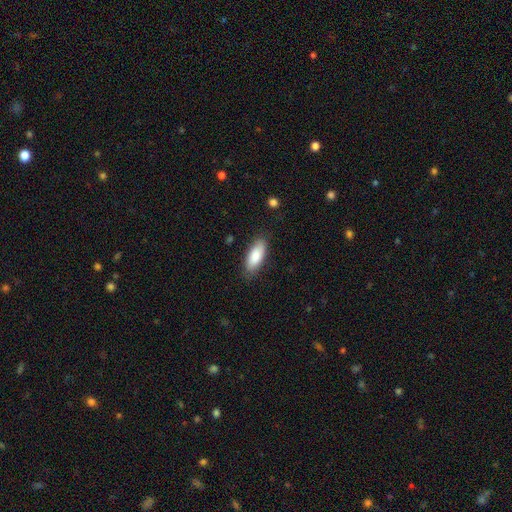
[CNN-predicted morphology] This is clearly a smooth galaxy (82%). How rounded: likely in between (79%). Merging: clearly none (83%).